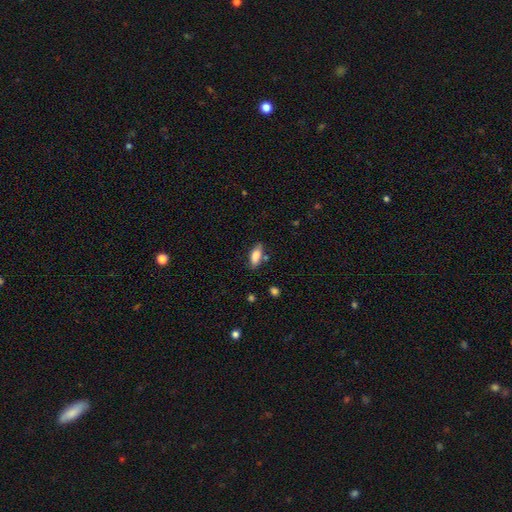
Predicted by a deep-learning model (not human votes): smooth_or_featured: smooth (p=0.81) [alt: featured or disk p=0.12]
how_rounded: in between (p=0.74) [alt: cigar-shaped p=0.24]
merging: none (p=0.75) [alt: minor disturbance p=0.17]